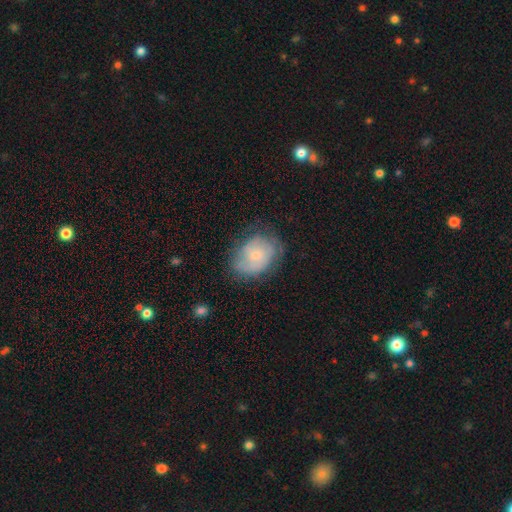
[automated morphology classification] featured or disk 47%, smooth 45%, star or artifact 8%. Down the decision tree: merging — none (63%).